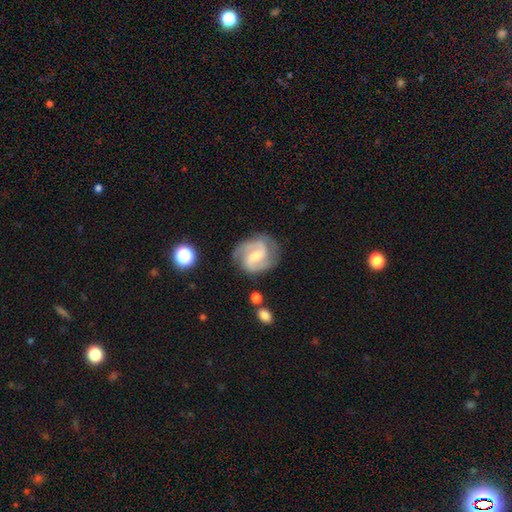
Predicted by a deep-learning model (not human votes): featured or disk 86%, smooth 9%, star or artifact 5%. Down the decision tree: edge-on disk — no (98%); bar — weak (52%); spiral arms — yes (97%); spiral arm count — 2 (83%); spiral winding — medium (55%); bulge size — small (43%); merging — none (77%).